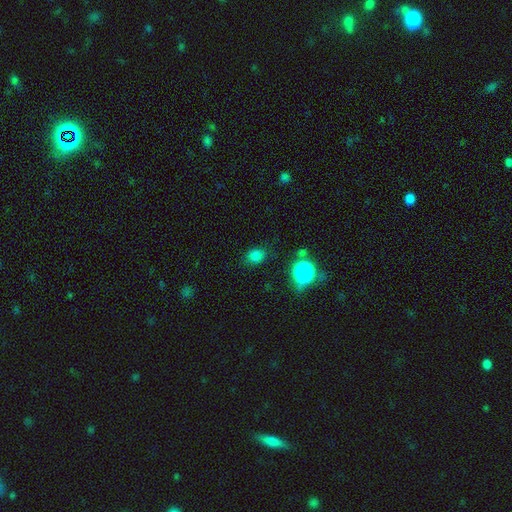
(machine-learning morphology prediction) smooth-or-featured: smooth: 76% | star or artifact: 18% | featured or disk: 6%
  how-rounded: round: 50% | in between: 49% | cigar-shaped: 1%
  merging: none: 79% | minor disturbance: 14% | major disturbance: 4% | merger: 3%